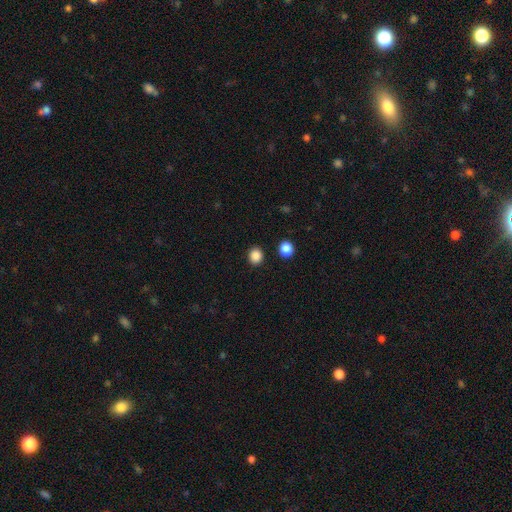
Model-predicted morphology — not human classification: Smooth or featured? smooth (87%)
How rounded? round (83%)
Merging? none (90%)